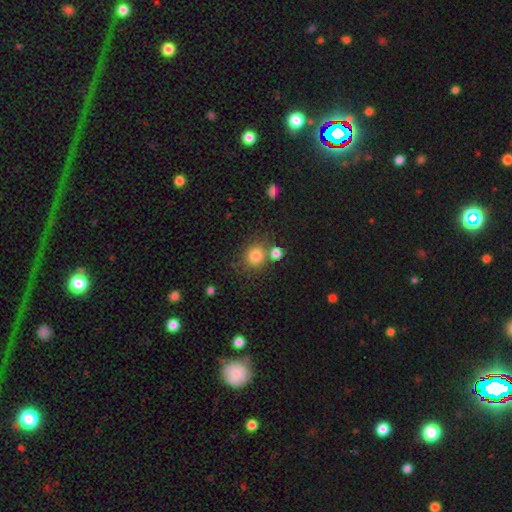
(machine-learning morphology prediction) Overall: smooth (81%). How rounded: round (85%). Merging: none (65%).